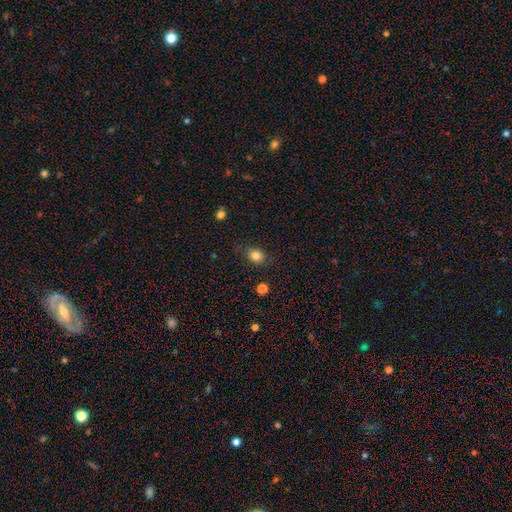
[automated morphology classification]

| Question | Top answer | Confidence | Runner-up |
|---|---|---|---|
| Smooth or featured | smooth | 82% | star or artifact (11%) |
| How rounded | round | 57% | in between (42%) |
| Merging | none | 80% | minor disturbance (14%) |